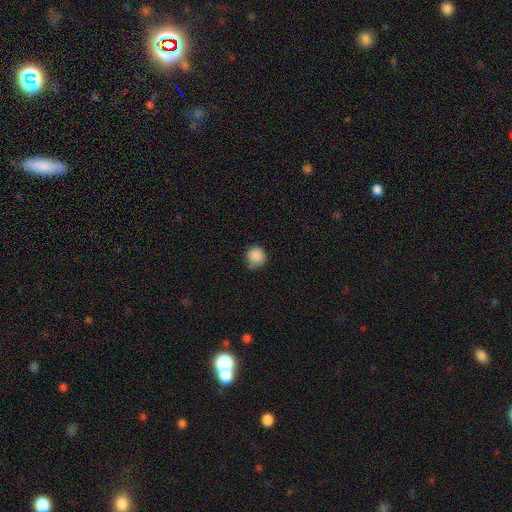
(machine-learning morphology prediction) Smooth or featured: smooth — 87% (star or artifact — 9%)
How rounded: round — 89% (in between — 10%)
Merging: none — 63% (minor disturbance — 30%)